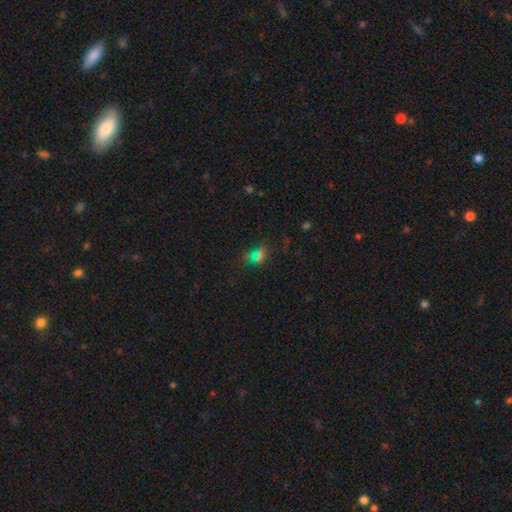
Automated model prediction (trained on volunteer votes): Morphology: type=star or artifact (52%).